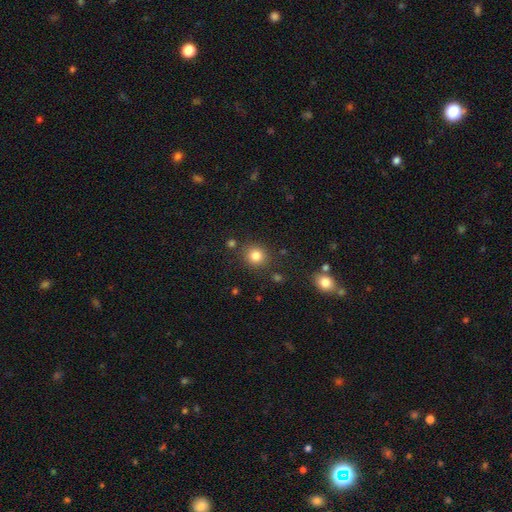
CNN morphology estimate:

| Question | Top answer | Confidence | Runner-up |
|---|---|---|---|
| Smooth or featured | smooth | 83% | star or artifact (11%) |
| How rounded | round | 85% | in between (14%) |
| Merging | none | 83% | minor disturbance (9%) |